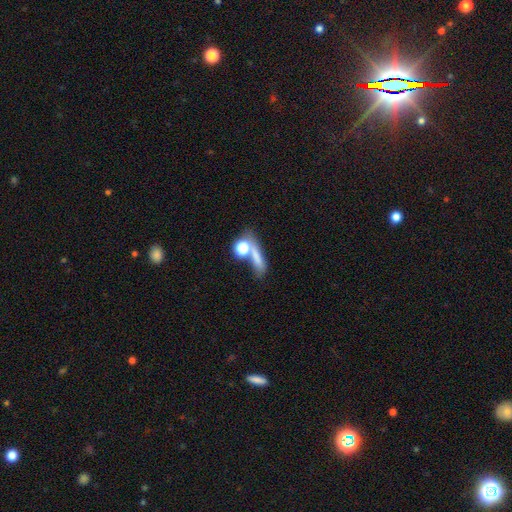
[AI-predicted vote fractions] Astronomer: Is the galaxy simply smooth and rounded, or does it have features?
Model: smooth — 67%.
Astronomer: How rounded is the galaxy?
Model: cigar-shaped — 35% (runner-up: in between, 34%).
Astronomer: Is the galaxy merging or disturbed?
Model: none — 44% (runner-up: merger, 31%).